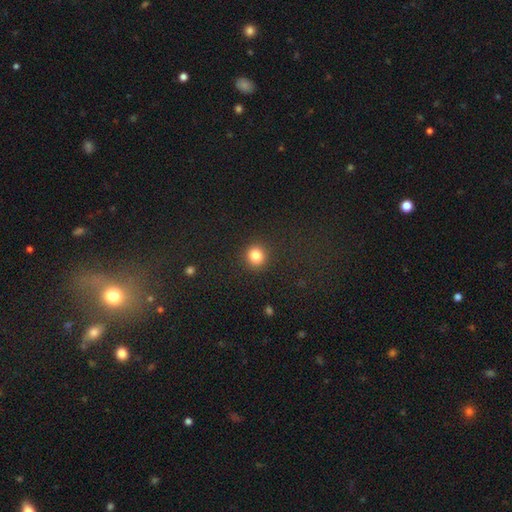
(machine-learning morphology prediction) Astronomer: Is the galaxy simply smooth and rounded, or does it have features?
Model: smooth — 84%.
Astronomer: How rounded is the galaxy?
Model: round — 91%.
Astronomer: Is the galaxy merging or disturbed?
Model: none — 91%.